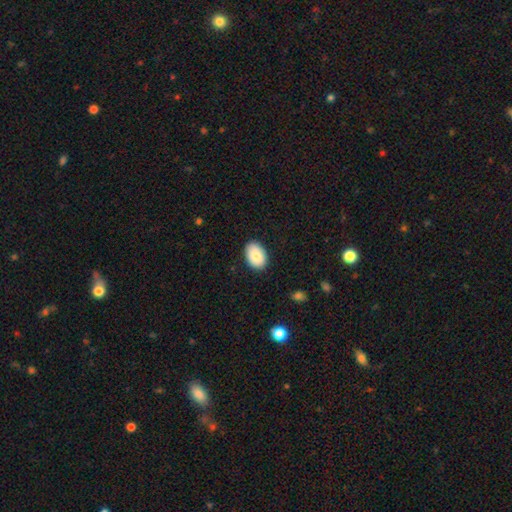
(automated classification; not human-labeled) The model was most divided on "how rounded": in between: 86%, round: 13%, cigar-shaped: 1%. More confident: merging — none (88%); smooth or featured — smooth (86%).